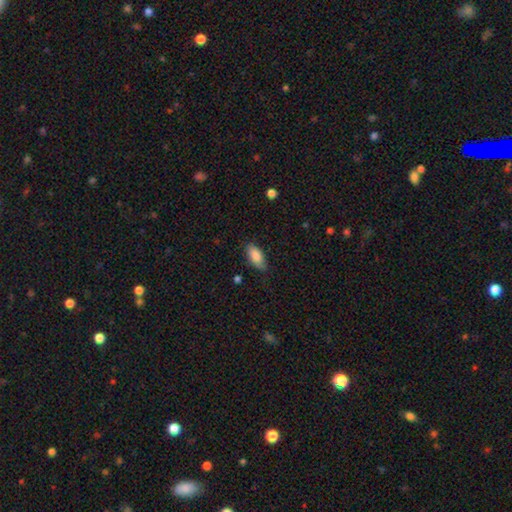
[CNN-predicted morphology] Smooth or featured? smooth (86%)
How rounded? in between (89%)
Merging? none (79%)